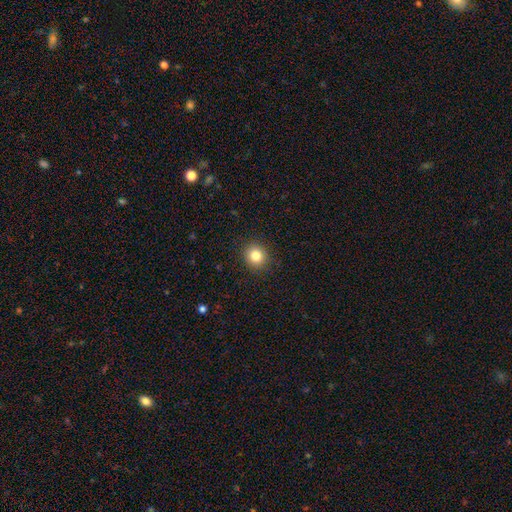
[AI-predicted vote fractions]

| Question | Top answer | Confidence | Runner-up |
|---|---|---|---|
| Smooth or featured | smooth | 82% | star or artifact (11%) |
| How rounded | round | 85% | in between (14%) |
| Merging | none | 91% | minor disturbance (6%) |